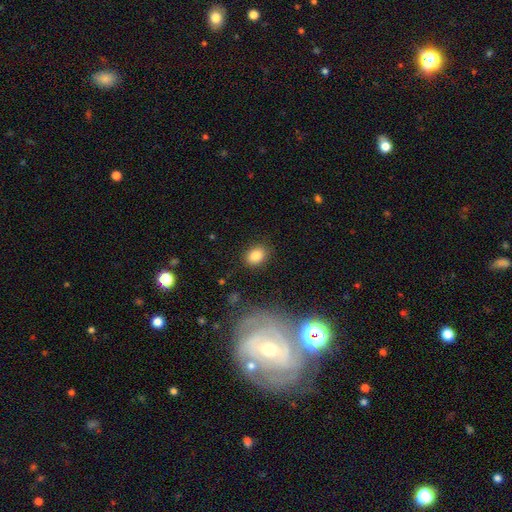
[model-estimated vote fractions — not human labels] This is clearly a smooth galaxy (85%). How rounded: likely in between (66%). Merging: clearly none (84%).